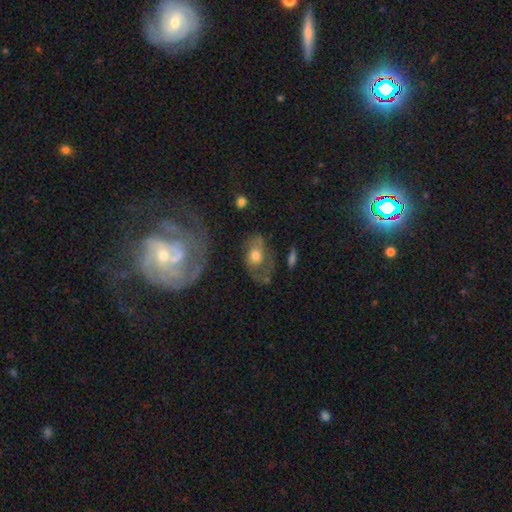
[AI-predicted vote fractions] This appears to be a featured or disk galaxy (46%). Merging: none (44%).